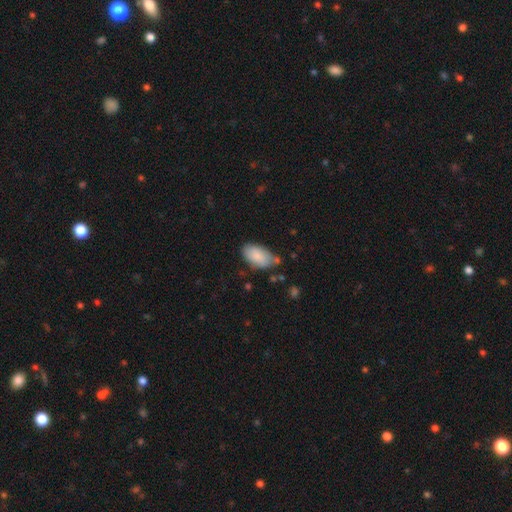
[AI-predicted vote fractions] Smooth or featured: smooth — 86% (featured or disk — 8%)
How rounded: in between — 95% (round — 3%)
Merging: none — 60% (minor disturbance — 28%)